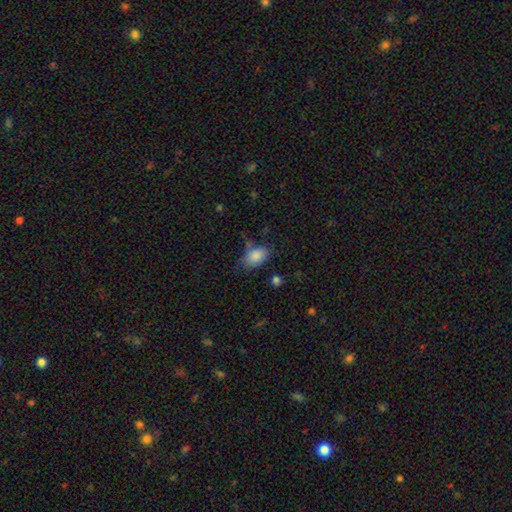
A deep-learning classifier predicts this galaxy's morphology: Smooth or featured? smooth (86%)
How rounded? in between (87%)
Merging? none (61%)